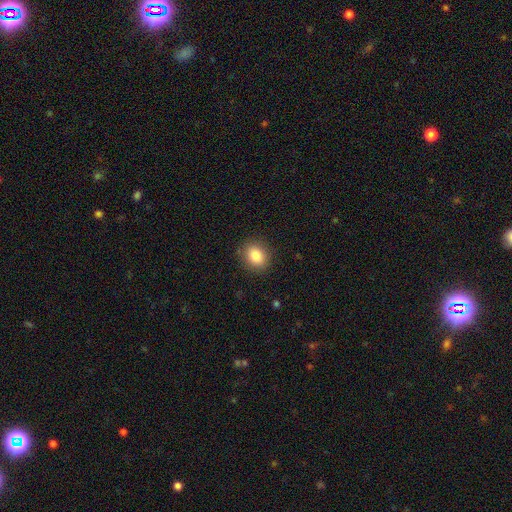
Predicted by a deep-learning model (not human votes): Morphology: type=smooth (85%); roundness=round (57%); merging=none (87%).